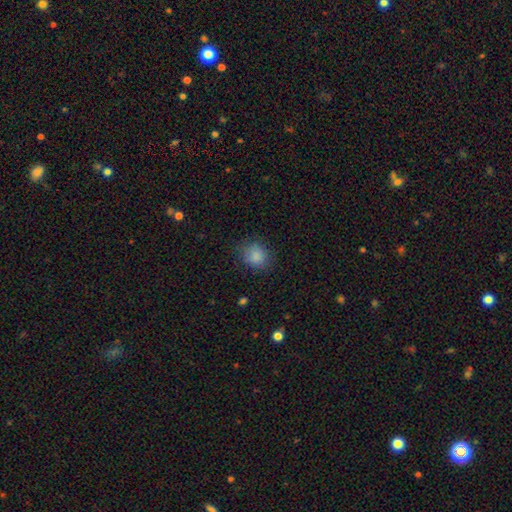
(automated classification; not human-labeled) A smooth galaxy with no disk features (86%) that is round (69%).

Vote fractions:
- Smooth or featured? smooth: 86% / star or artifact: 10% / featured or disk: 5%
- How rounded? round: 69% / in between: 30% / cigar-shaped: 1%
- Merging? none: 78% / minor disturbance: 16% / major disturbance: 5% / merger: 1%